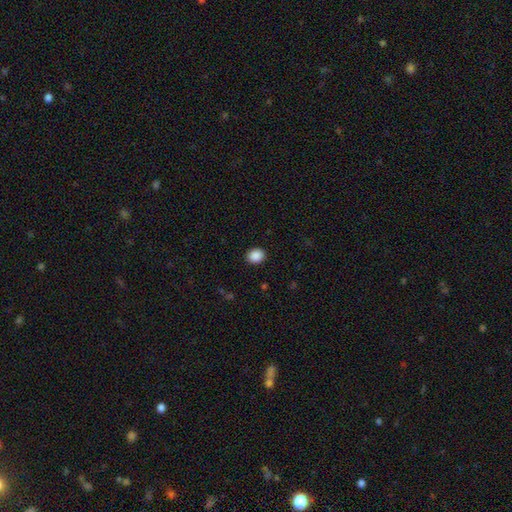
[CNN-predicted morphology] Q: Smooth or featured?
A: smooth (89%); runner-up: star or artifact (9%)
Q: How rounded?
A: round (60%); runner-up: in between (39%)
Q: Merging?
A: none (90%); runner-up: minor disturbance (7%)